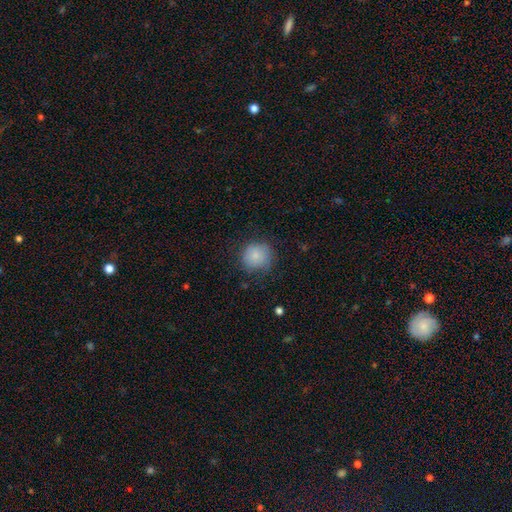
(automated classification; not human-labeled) Smooth or featured? smooth (84%)
How rounded? round (89%)
Merging? none (71%)